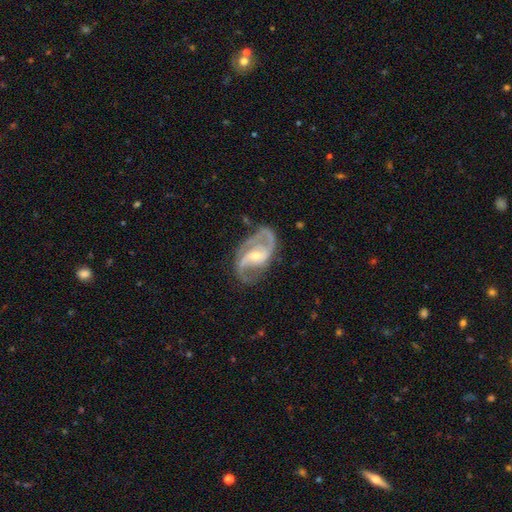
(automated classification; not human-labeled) A featured or disk galaxy (92%) with a weak bar (43%), 2 (86%) medium (57%) spiral arms (98%) and a small central bulge (51%).

Vote fractions:
- Smooth or featured? featured or disk: 92% / star or artifact: 5% / smooth: 4%
- Edge-on disk? no: 97% / yes: 3%
- Bar? weak: 43% / no: 33% / strong: 24%
- Spiral arms? yes: 98% / no: 2%
- Spiral winding? medium: 57% / loose: 22% / tight: 21%
- Spiral arm count? 2: 86% / 3: 6% / can't tell: 3% / 1: 2% / 4: 1% / more than 4: 1%
- Bulge size? small: 51% / moderate: 46% / large: 2% / none: 1% / dominant: 1%
- Merging? none: 72% / minor disturbance: 18% / major disturbance: 8% / merger: 2%